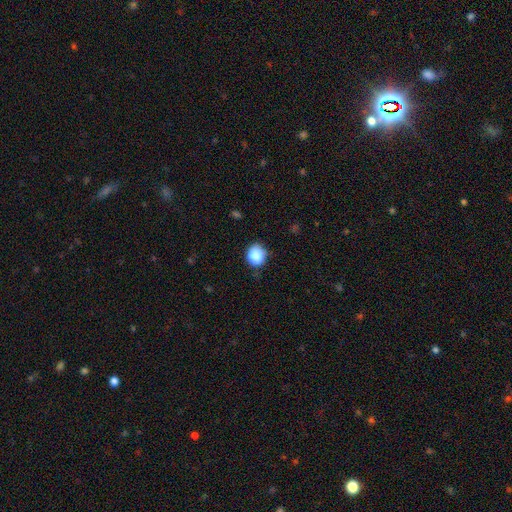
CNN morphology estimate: This appears to be a smooth galaxy with no disk features (87%) that is round (75%). Merging: none (72%).